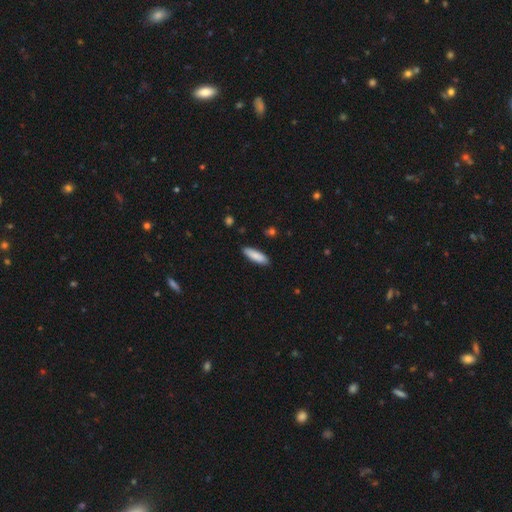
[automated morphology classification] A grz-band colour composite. It shows a smooth galaxy with no disk features (87%) that is cigar-shaped (54%). Merging: none (87%).